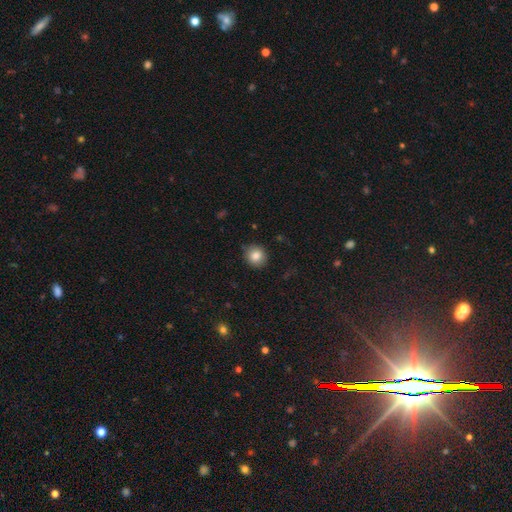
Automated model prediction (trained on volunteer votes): A smooth galaxy with no disk features (84%) that is round (87%). Merging: none (87%).